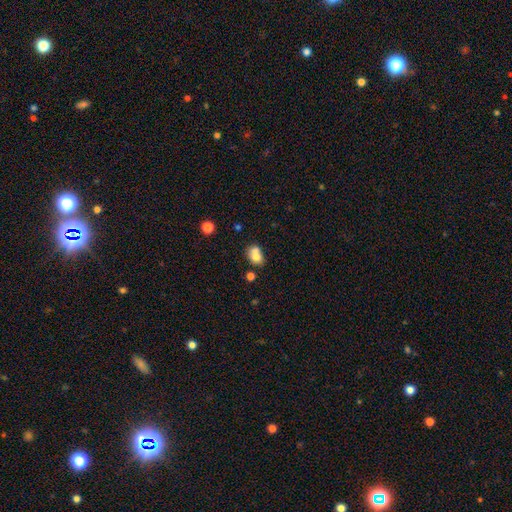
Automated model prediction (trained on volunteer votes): A smooth galaxy with no disk features (73%) that is in between round and cigar-shaped (56%).

Vote fractions:
- Smooth or featured? smooth: 73% / featured or disk: 17% / star or artifact: 10%
- How rounded? in between: 56% / round: 43% / cigar-shaped: 1%
- Merging? merger: 46% / none: 35% / minor disturbance: 14% / major disturbance: 6%